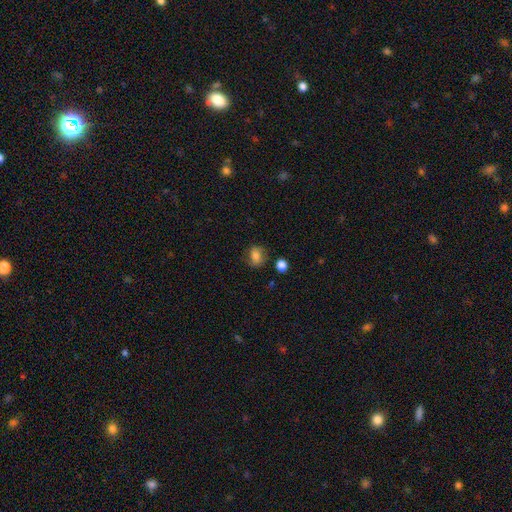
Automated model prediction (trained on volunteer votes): This appears to be a smooth galaxy with no disk features (77%) that is in between round and cigar-shaped (51%). Merging: none (74%).